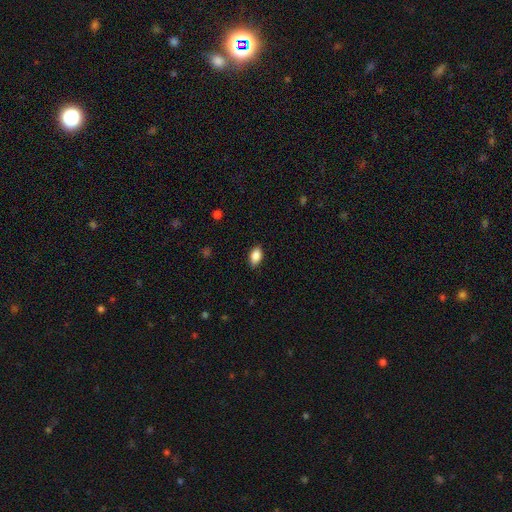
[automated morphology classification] Q: Smooth or featured?
A: smooth (87%); runner-up: star or artifact (8%)
Q: How rounded?
A: in between (90%); runner-up: round (7%)
Q: Merging?
A: none (85%); runner-up: minor disturbance (12%)